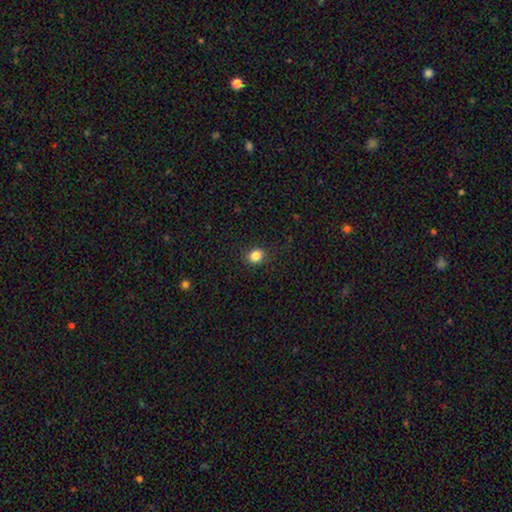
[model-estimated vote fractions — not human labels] smooth_or_featured: smooth (p=0.85) [alt: star or artifact p=0.11]
how_rounded: round (p=0.74) [alt: in between p=0.25]
merging: none (p=0.89) [alt: minor disturbance p=0.07]